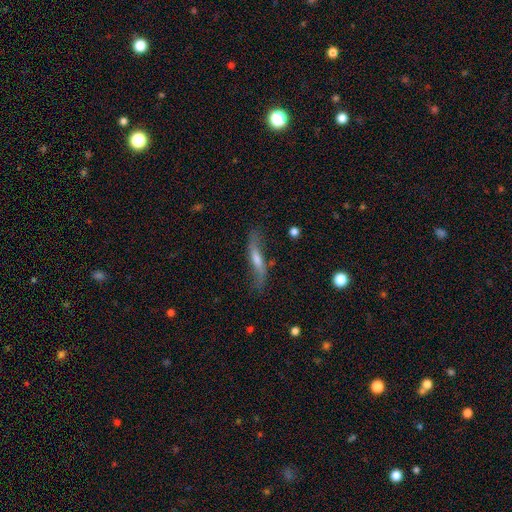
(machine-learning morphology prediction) Q: Smooth or featured?
A: featured or disk (63%); runner-up: smooth (29%)
Q: Edge-on disk?
A: yes (59%); runner-up: no (41%)
Q: Merging?
A: none (72%); runner-up: minor disturbance (19%)